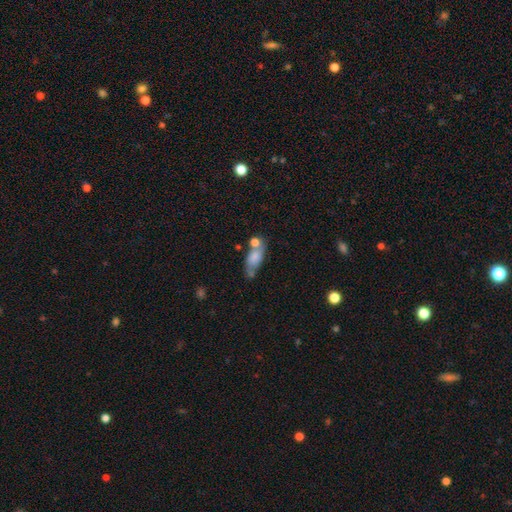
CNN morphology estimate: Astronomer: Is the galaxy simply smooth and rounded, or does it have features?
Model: smooth — 64%.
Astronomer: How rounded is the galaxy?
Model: in between — 73%.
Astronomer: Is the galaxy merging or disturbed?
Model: none — 49%.